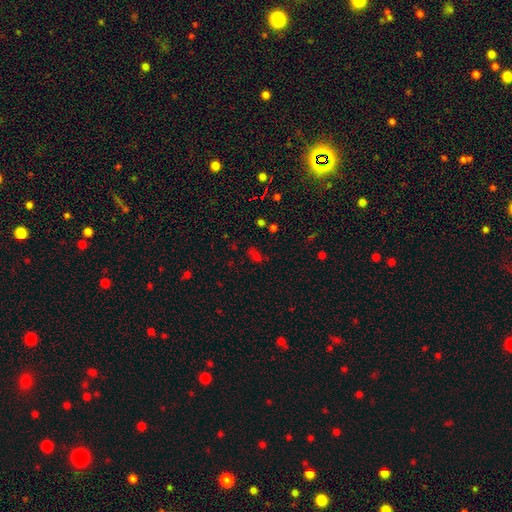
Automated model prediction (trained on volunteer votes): Smooth or featured?
  - smooth: 53% *
  - star or artifact: 39%
  - featured or disk: 8%
How rounded?
  - in between: 78% *
  - round: 19%
  - cigar-shaped: 4%
Merging?
  - none: 59% *
  - minor disturbance: 20%
  - major disturbance: 12%
  - merger: 10%